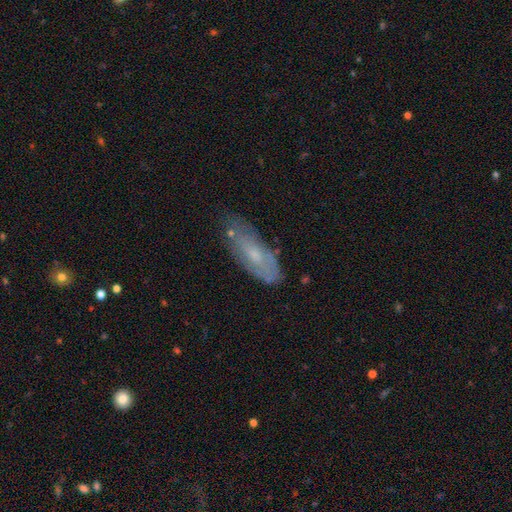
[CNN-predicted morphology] Overall: featured or disk (52%; smooth 34%). Edge-on disk: no (74%). Merging: none (75%).